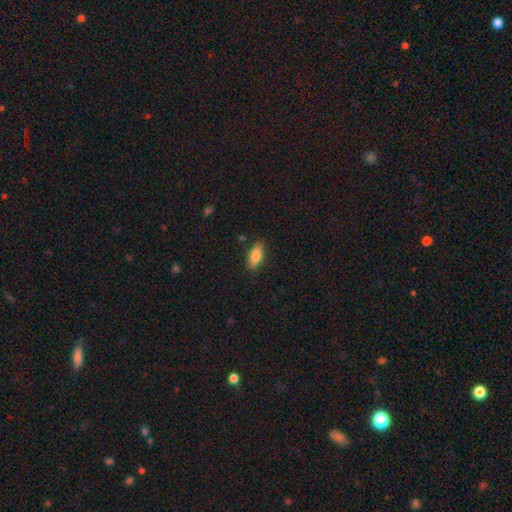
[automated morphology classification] This is likely a smooth galaxy (79%). How rounded: likely in between (77%). Merging: clearly none (84%).